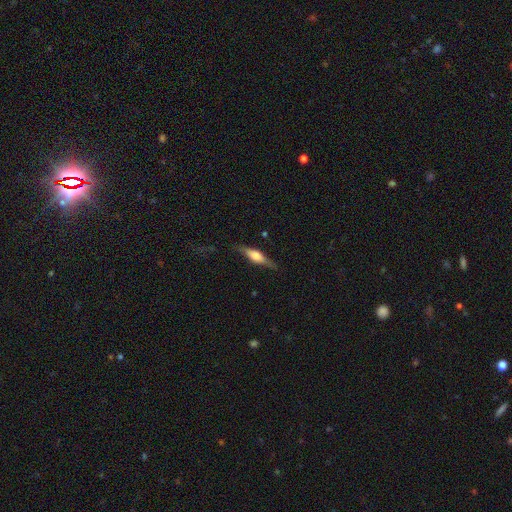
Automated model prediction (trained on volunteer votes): This is possibly a featured or disk galaxy (60%). It is clearly viewed edge-on (96%). Edge-on bulge: likely rounded (75%). Merging: likely none (80%).